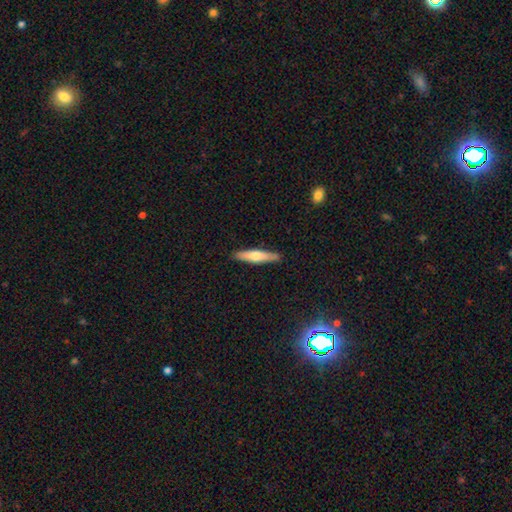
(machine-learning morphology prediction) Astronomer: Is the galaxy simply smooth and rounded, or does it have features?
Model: smooth — 57% (runner-up: featured or disk, 38%).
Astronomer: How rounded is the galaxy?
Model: cigar-shaped — 84%.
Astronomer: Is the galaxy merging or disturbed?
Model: none — 89%.